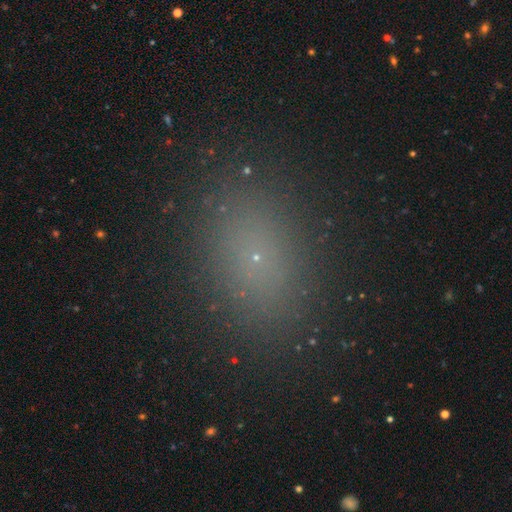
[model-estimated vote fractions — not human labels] Morphology: type=smooth (66%); roundness=in between (76%); merging=none (88%).